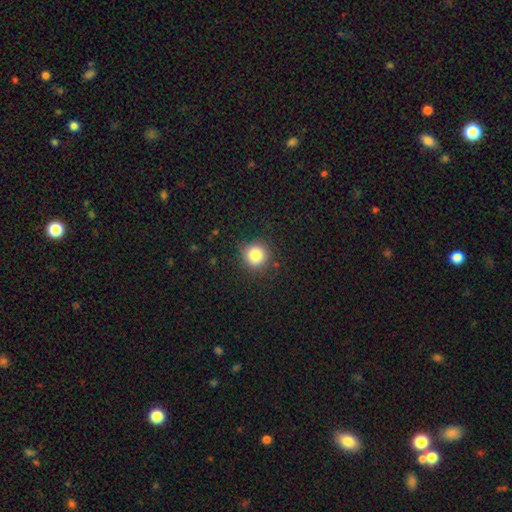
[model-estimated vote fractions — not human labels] The model was most divided on "smooth or featured": smooth: 83%, star or artifact: 11%, featured or disk: 6%. More confident: how rounded — round (93%); merging — none (86%).